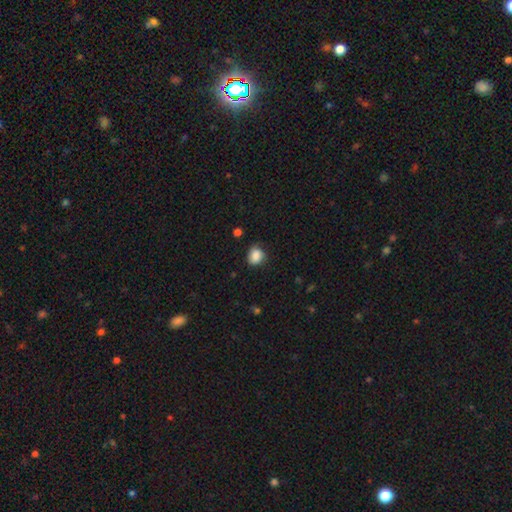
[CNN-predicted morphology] Q: Smooth or featured?
A: smooth (86%); runner-up: star or artifact (9%)
Q: How rounded?
A: round (62%); runner-up: in between (37%)
Q: Merging?
A: none (70%); runner-up: minor disturbance (23%)